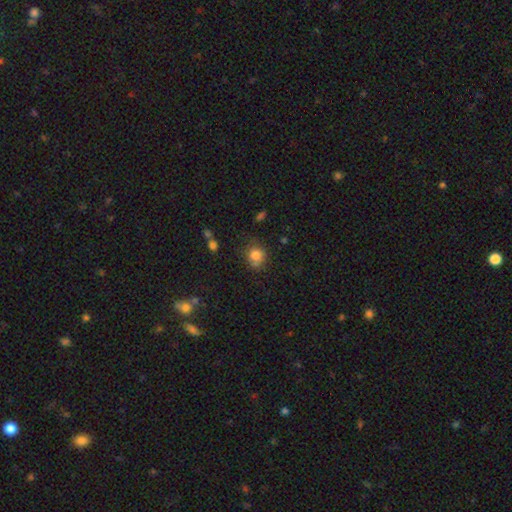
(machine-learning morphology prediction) Q: Smooth or featured?
A: smooth (82%); runner-up: star or artifact (11%)
Q: How rounded?
A: round (82%); runner-up: in between (17%)
Q: Merging?
A: none (68%); runner-up: minor disturbance (21%)